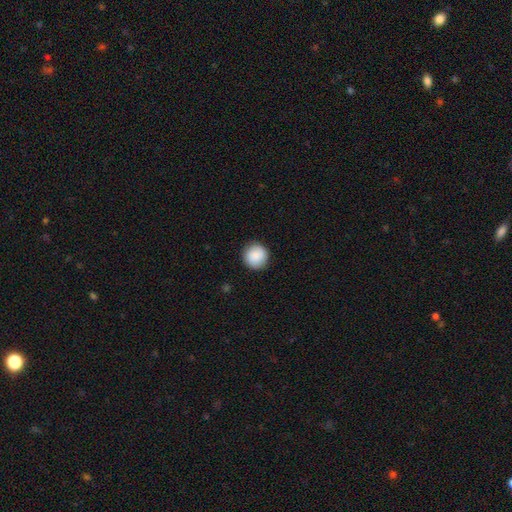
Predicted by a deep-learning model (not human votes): A smooth galaxy with no disk features (88%) that is round (93%).

Vote fractions:
- Smooth or featured? smooth: 88% / star or artifact: 7% / featured or disk: 5%
- How rounded? round: 93% / in between: 6% / cigar-shaped: 1%
- Merging? none: 90% / minor disturbance: 7% / major disturbance: 2% / merger: 1%